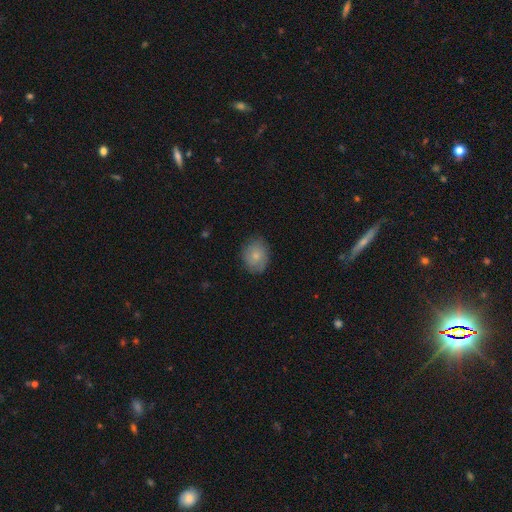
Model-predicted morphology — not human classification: smooth_or_featured: smooth (p=0.73) [alt: featured or disk p=0.20]
how_rounded: round (p=0.52) [alt: in between p=0.47]
merging: none (p=0.78) [alt: minor disturbance p=0.17]